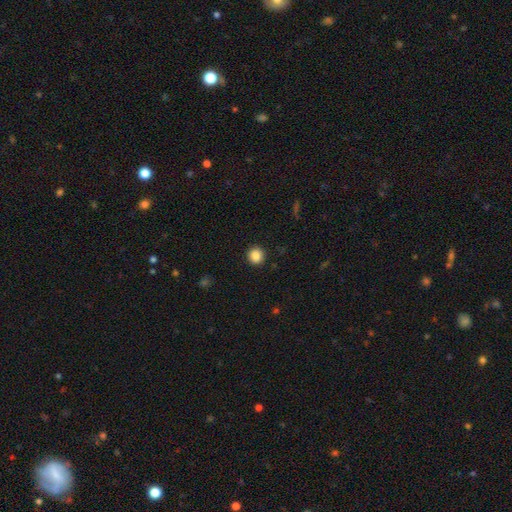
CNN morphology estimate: smooth_or_featured: smooth (p=0.87) [alt: star or artifact p=0.10]
how_rounded: round (p=0.89) [alt: in between p=0.10]
merging: none (p=0.90) [alt: minor disturbance p=0.06]